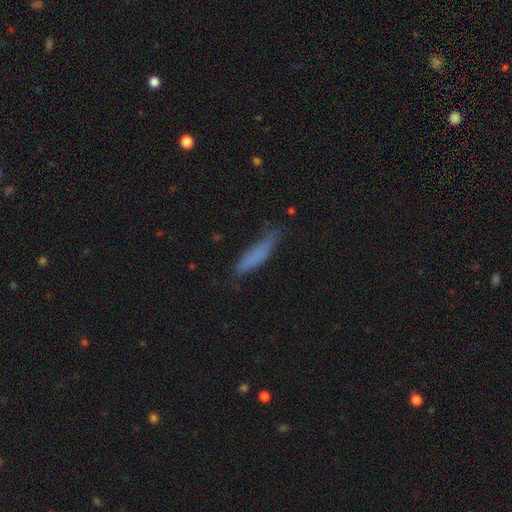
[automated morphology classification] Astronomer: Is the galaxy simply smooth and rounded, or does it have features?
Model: smooth — 76%.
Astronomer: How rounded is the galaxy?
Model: cigar-shaped — 79%.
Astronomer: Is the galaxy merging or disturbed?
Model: none — 63%.